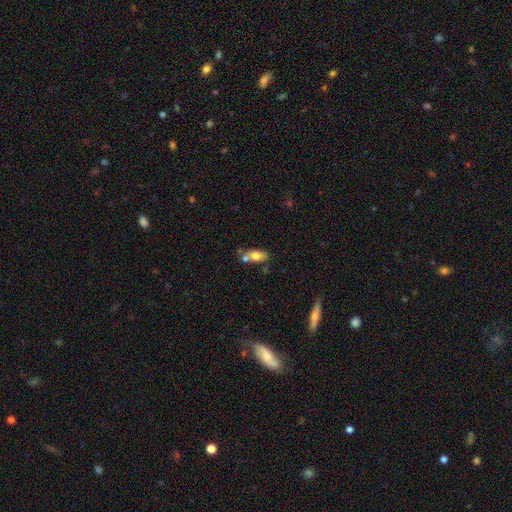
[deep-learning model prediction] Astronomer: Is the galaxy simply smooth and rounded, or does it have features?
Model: smooth — 70%.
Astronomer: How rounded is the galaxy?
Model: in between — 84%.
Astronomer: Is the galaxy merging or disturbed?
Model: none — 48% (runner-up: merger, 32%).